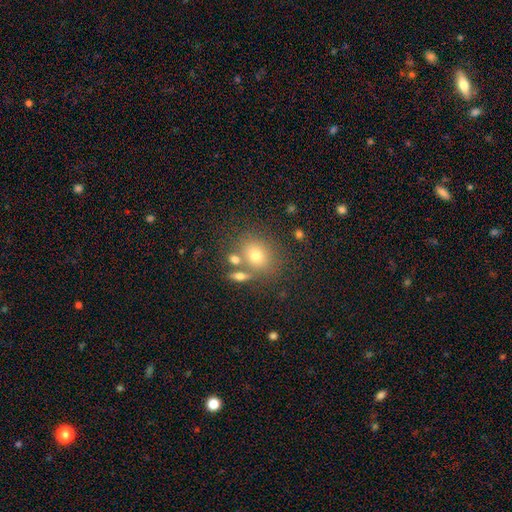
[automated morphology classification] This is likely a smooth galaxy (72%). How rounded: likely round (61%). Merging: likely none (63%).